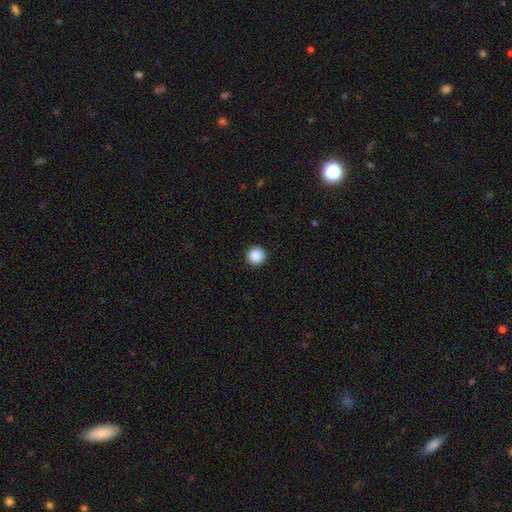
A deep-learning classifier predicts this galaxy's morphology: A smooth galaxy with no disk features (88%) that is round (96%).

Vote fractions:
- Smooth or featured? smooth: 88% / star or artifact: 9% / featured or disk: 3%
- How rounded? round: 96% / in between: 3% / cigar-shaped: 1%
- Merging? none: 93% / minor disturbance: 4% / major disturbance: 2% / merger: 1%